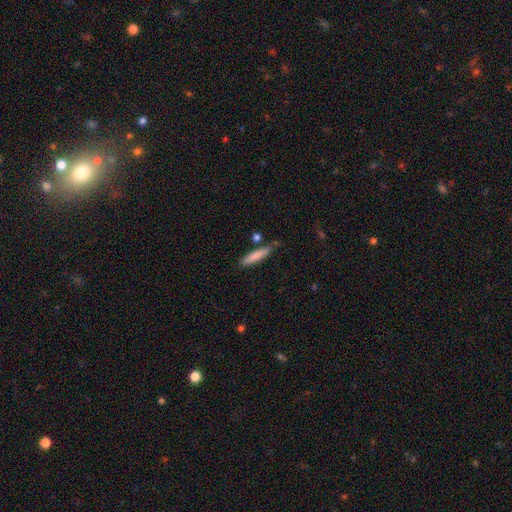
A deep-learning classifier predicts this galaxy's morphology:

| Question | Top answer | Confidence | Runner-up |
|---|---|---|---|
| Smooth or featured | smooth | 80% | featured or disk (14%) |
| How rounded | cigar-shaped | 85% | in between (13%) |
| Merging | none | 76% | minor disturbance (16%) |